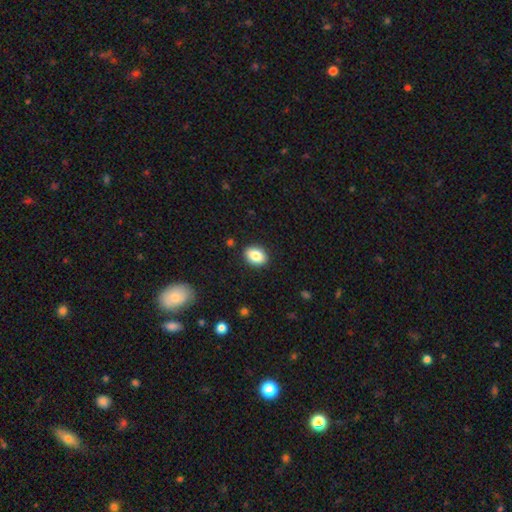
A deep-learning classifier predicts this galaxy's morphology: Overall: smooth (85%). How rounded: in between (70%). Merging: none (89%).